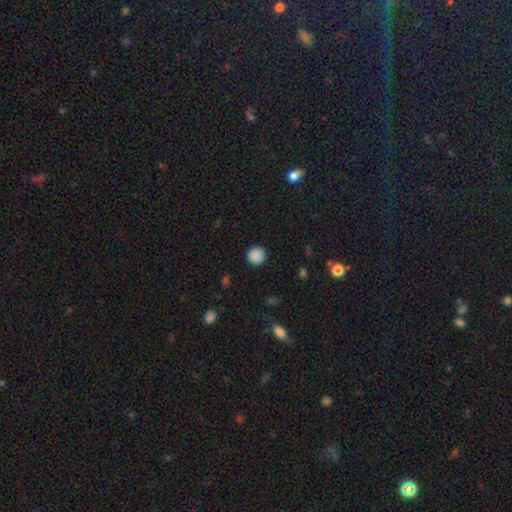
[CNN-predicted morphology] Smooth or featured: smooth — 88% (star or artifact — 9%)
How rounded: round — 94% (in between — 5%)
Merging: none — 91% (minor disturbance — 6%)